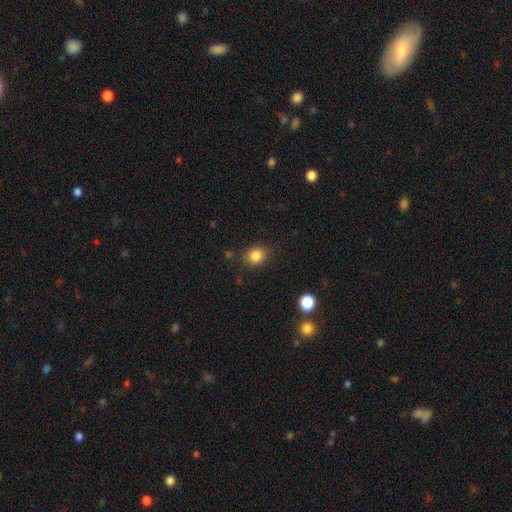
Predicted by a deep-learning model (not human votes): Morphology: type=smooth (84%); roundness=round (65%); merging=none (83%).